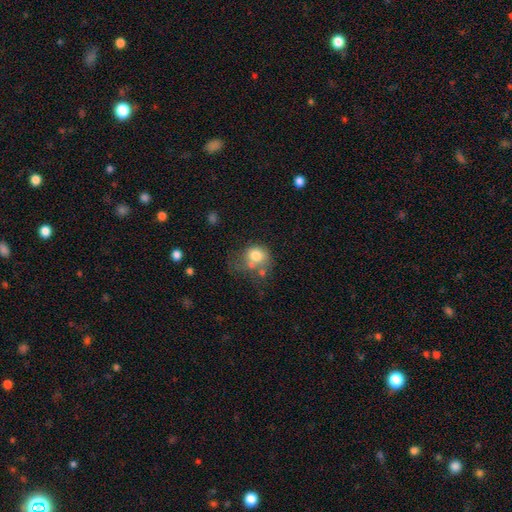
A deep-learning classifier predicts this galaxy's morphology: smooth 73%, featured or disk 17%, star or artifact 10%. Down the decision tree: how rounded — round (67%); merging — merger (30%).